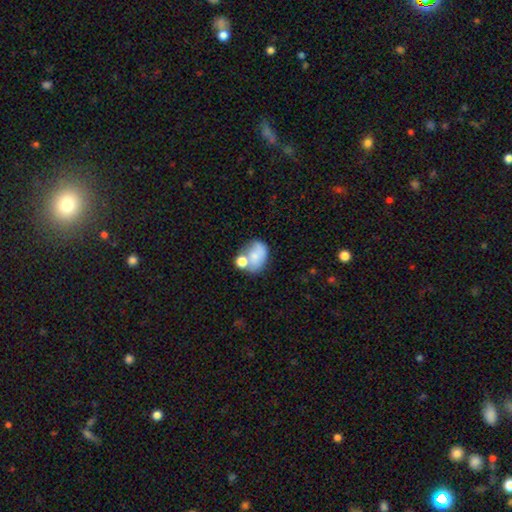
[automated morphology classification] Smooth or featured: smooth — 68% (featured or disk — 22%)
How rounded: in between — 66% (round — 33%)
Merging: none — 35% (merger — 34%)